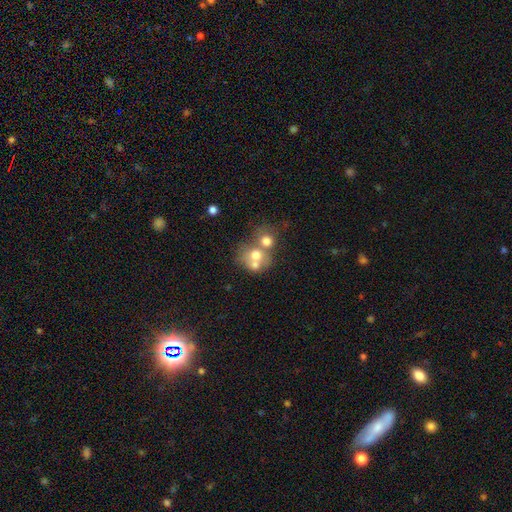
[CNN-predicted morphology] Smooth or featured? smooth (61%)
How rounded? round (70%)
Merging? merger (61%)